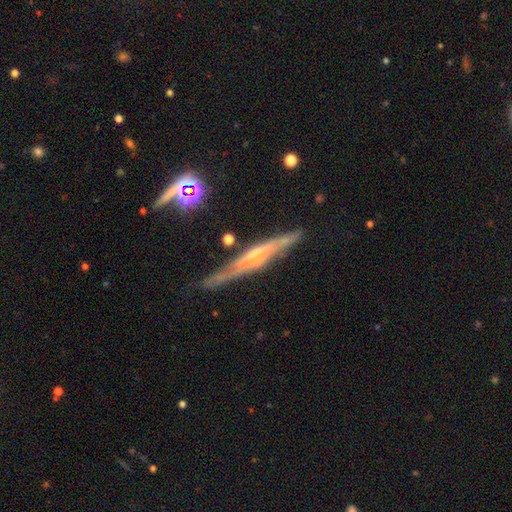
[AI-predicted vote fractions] A featured or disk galaxy (75%) viewed edge-on (90%) with a rounded central bulge (57%).

Vote fractions:
- Smooth or featured? featured or disk: 75% / smooth: 18% / star or artifact: 7%
- Edge-on disk? yes: 90% / no: 10%
- Edge-on bulge? rounded: 57% / none: 25% / boxy: 19%
- Merging? none: 75% / minor disturbance: 18% / major disturbance: 5% / merger: 3%